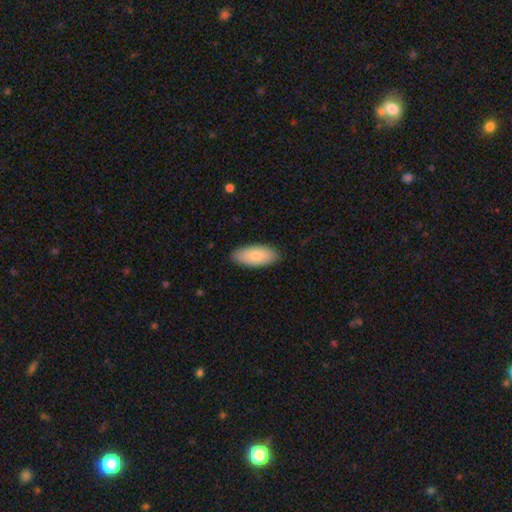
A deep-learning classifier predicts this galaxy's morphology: Smooth or featured? smooth (79%)
How rounded? in between (89%)
Merging? none (87%)